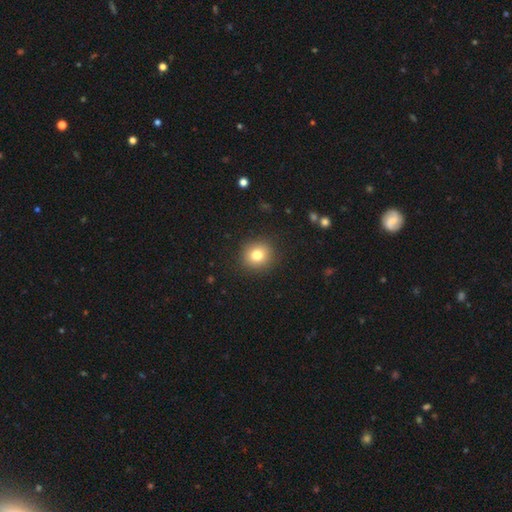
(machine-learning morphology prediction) smooth-or-featured: smooth: 78% | star or artifact: 14% | featured or disk: 8%
  how-rounded: round: 91% | in between: 8% | cigar-shaped: 1%
  merging: none: 92% | minor disturbance: 5% | major disturbance: 2% | merger: 1%